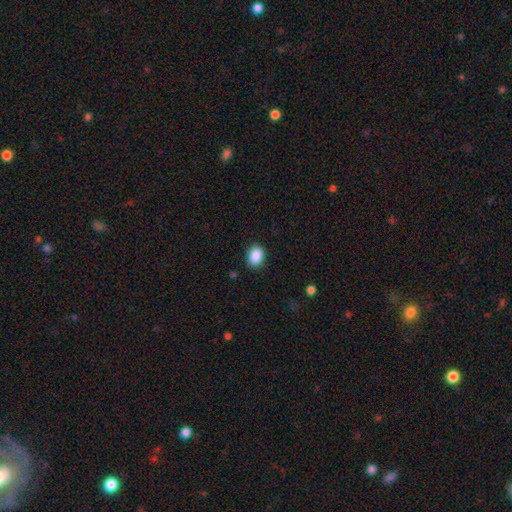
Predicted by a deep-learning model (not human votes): Morphology: type=smooth (88%); roundness=in between (56%); merging=none (88%).